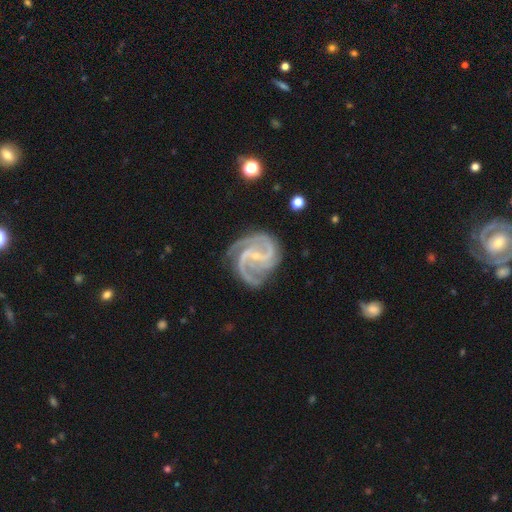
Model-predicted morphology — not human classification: Smooth or featured?
  - featured or disk: 93% *
  - star or artifact: 4%
  - smooth: 2%
Edge-on disk?
  - no: 98% *
  - yes: 2%
Bar?
  - weak: 41% *
  - no: 35%
  - strong: 24%
Spiral arms?
  - yes: 99% *
  - no: 1%
Spiral winding?
  - medium: 58% *
  - tight: 31%
  - loose: 11%
Spiral arm count?
  - 3: 40% *
  - 2: 37%
  - 4: 7%
  - can't tell: 6%
  - 1: 5%
  - more than 4: 5%
Bulge size?
  - small: 83% *
  - moderate: 12%
  - none: 3%
  - large: 1%
  - dominant: 1%
Merging?
  - none: 72% *
  - minor disturbance: 19%
  - major disturbance: 8%
  - merger: 2%